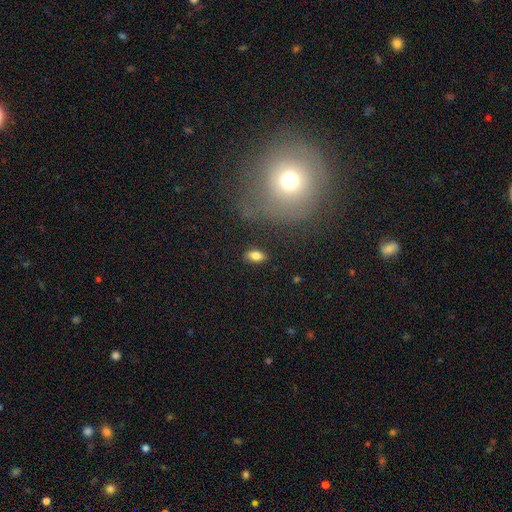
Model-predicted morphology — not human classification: Q: Smooth or featured?
A: smooth (80%); runner-up: featured or disk (11%)
Q: How rounded?
A: in between (89%); runner-up: cigar-shaped (6%)
Q: Merging?
A: none (85%); runner-up: minor disturbance (10%)